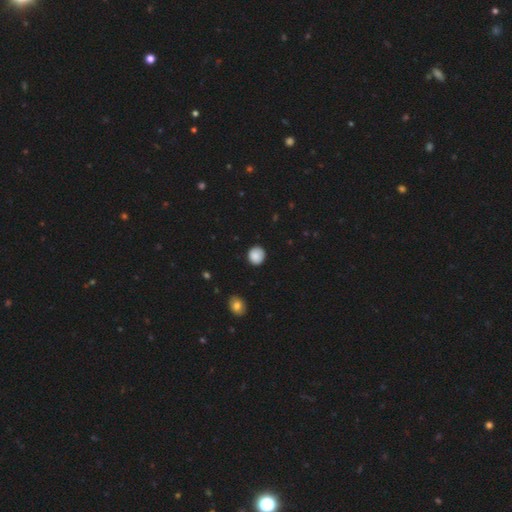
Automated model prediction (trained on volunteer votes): Q: Smooth or featured?
A: smooth (87%); runner-up: star or artifact (8%)
Q: How rounded?
A: round (89%); runner-up: in between (10%)
Q: Merging?
A: none (86%); runner-up: minor disturbance (11%)